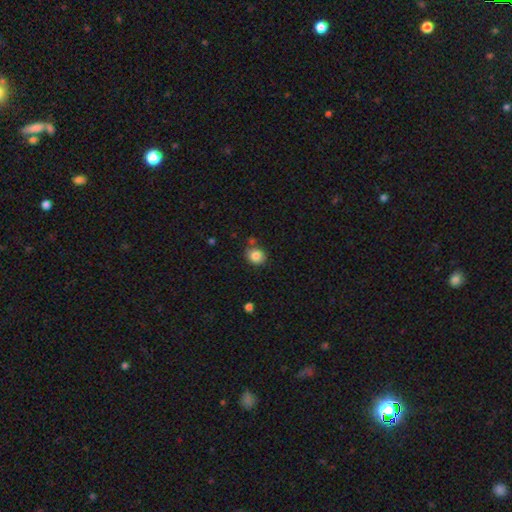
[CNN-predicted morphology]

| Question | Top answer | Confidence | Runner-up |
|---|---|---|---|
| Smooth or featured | smooth | 84% | star or artifact (9%) |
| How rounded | round | 72% | in between (27%) |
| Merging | none | 76% | minor disturbance (13%) |